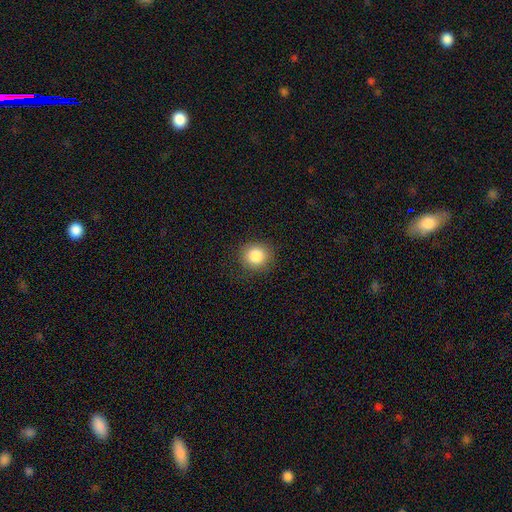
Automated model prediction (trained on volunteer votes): Smooth or featured?
  - smooth: 86% *
  - star or artifact: 9%
  - featured or disk: 4%
How rounded?
  - round: 87% *
  - in between: 12%
  - cigar-shaped: 1%
Merging?
  - none: 86% *
  - minor disturbance: 10%
  - major disturbance: 3%
  - merger: 1%